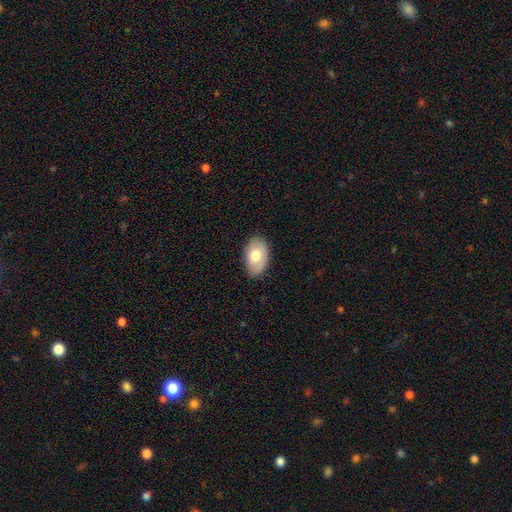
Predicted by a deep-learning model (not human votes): A smooth galaxy with no disk features (72%) that is in between round and cigar-shaped (91%). Merging: none (83%).